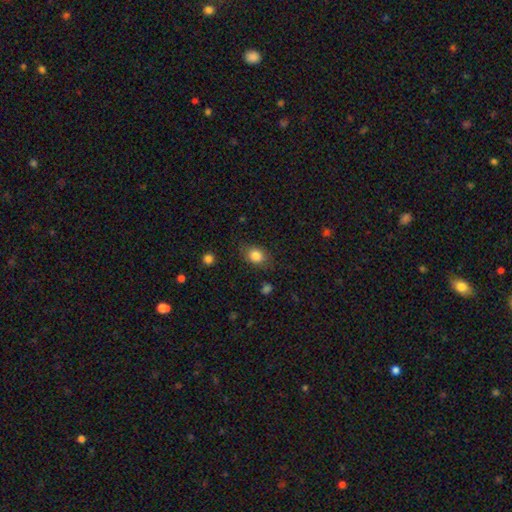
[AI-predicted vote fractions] This appears to be a smooth galaxy with no disk features (84%) that is in between round and cigar-shaped (56%). Merging: none (78%).